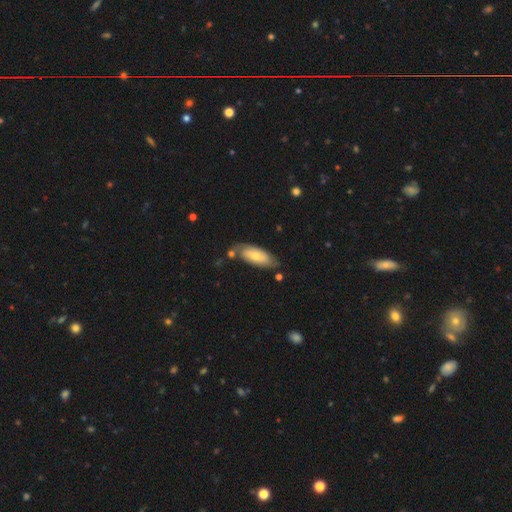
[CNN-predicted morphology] This appears to be a smooth galaxy with no disk features (59%) that is in between round and cigar-shaped (80%). Merging: none (62%).